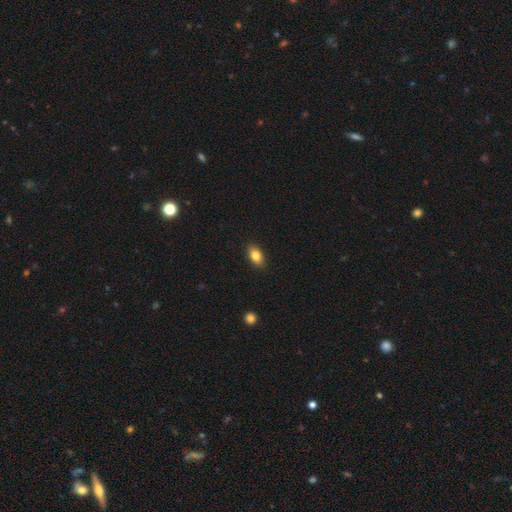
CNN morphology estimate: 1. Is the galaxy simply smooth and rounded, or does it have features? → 82% smooth, 10% featured or disk, 8% star or artifact.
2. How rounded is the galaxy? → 89% in between, 7% round, 4% cigar-shaped.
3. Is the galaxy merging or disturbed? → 89% none, 8% minor disturbance, 2% major disturbance, 1% merger.